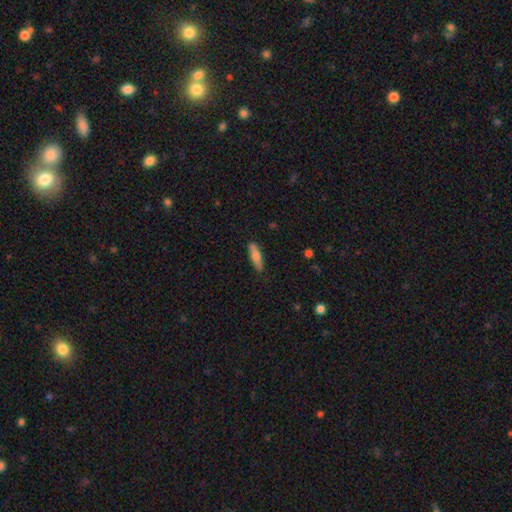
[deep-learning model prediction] Smooth or featured: smooth — 68% (featured or disk — 26%)
How rounded: cigar-shaped — 69% (in between — 29%)
Merging: none — 85% (minor disturbance — 11%)